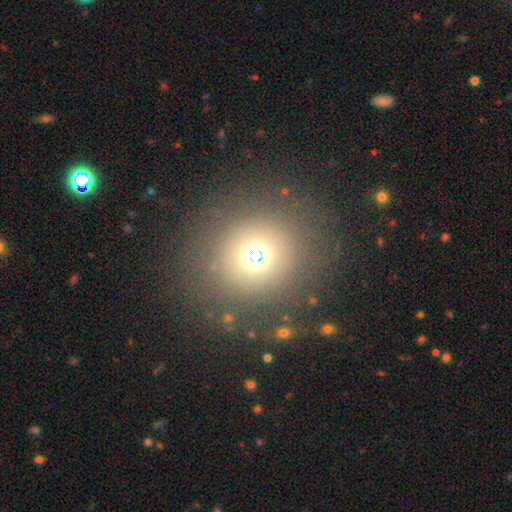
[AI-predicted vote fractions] Smooth or featured: smooth — 65% (star or artifact — 25%)
How rounded: round — 86% (in between — 13%)
Merging: none — 82% (minor disturbance — 8%)